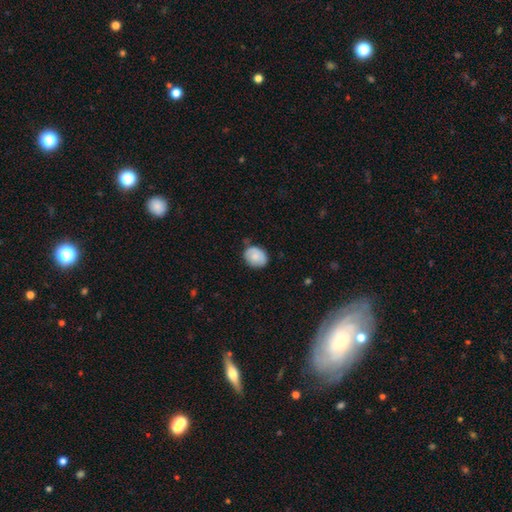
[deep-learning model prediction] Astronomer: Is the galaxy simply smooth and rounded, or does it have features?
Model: smooth — 77%.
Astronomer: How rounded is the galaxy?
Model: in between — 55% (runner-up: round, 44%).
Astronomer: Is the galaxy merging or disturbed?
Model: none — 70%.